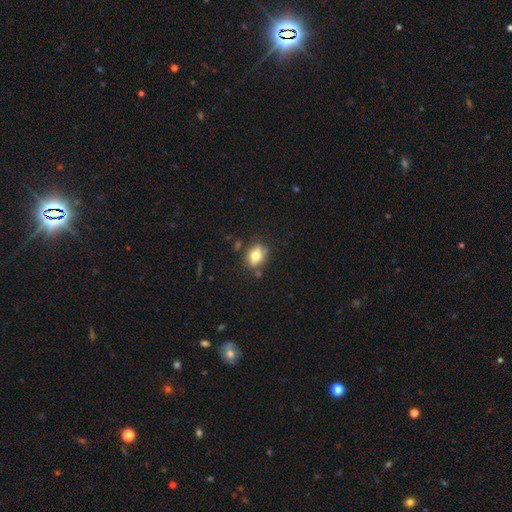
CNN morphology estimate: This is likely a smooth galaxy (64%). How rounded: possibly in between (59%). Merging: likely none (72%).